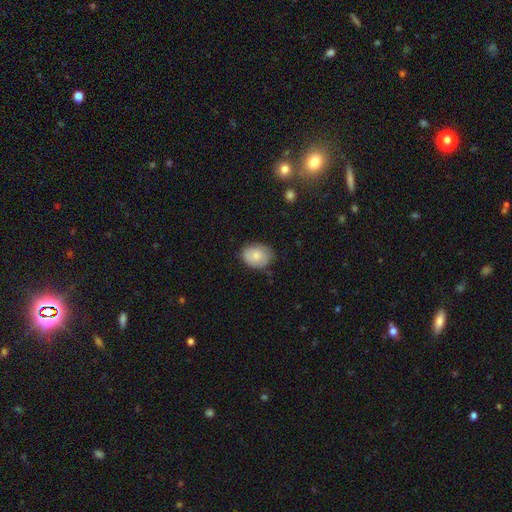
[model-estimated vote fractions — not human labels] This is likely a smooth galaxy (78%). How rounded: possibly in between (59%). Merging: likely none (70%).